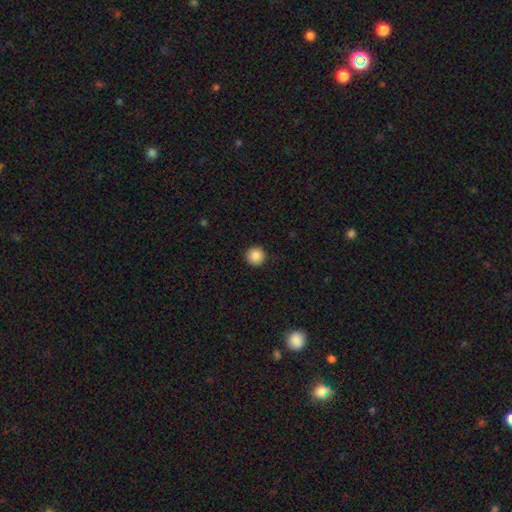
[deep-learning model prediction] Morphology: type=smooth (87%); roundness=round (96%); merging=none (92%).